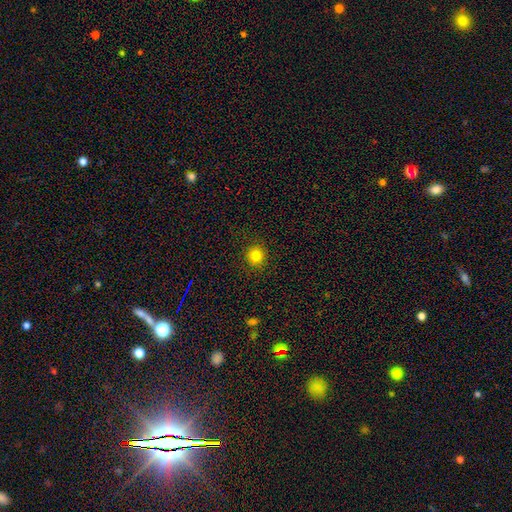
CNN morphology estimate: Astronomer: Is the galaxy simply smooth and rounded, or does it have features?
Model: smooth — 83%.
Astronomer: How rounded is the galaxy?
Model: round — 92%.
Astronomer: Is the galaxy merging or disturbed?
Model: none — 91%.